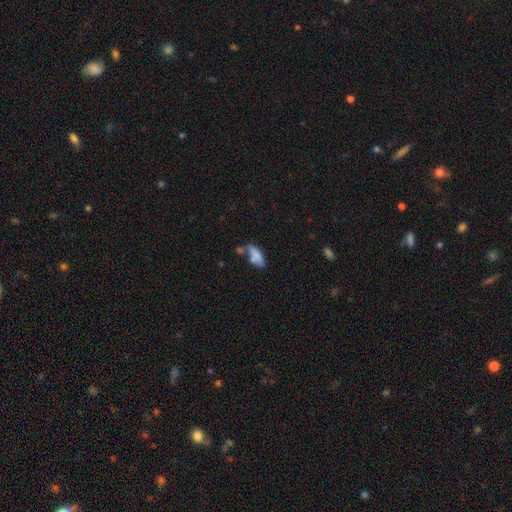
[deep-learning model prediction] Smooth or featured? smooth (73%)
How rounded? in between (63%)
Merging? none (39%)